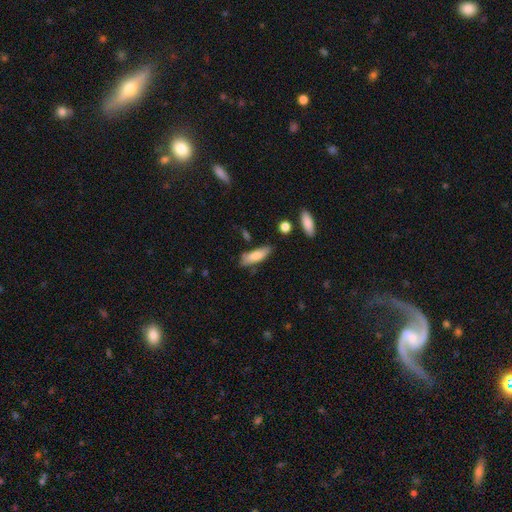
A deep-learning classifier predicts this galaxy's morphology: Overall: smooth (77%). How rounded: in between (54%; cigar-shaped 44%). Merging: none (68%).